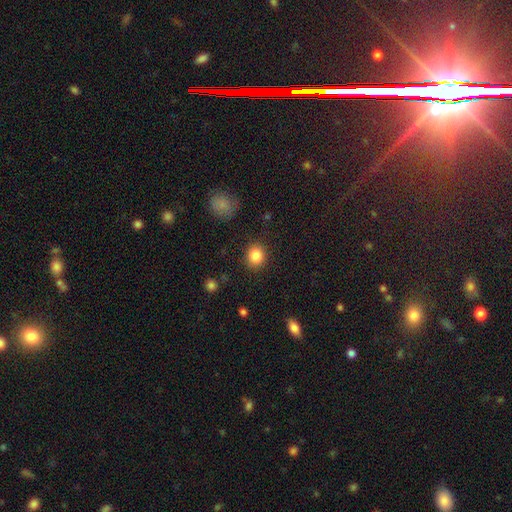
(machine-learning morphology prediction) Smooth or featured?
  - smooth: 86% *
  - star or artifact: 10%
  - featured or disk: 4%
How rounded?
  - round: 77% *
  - in between: 22%
  - cigar-shaped: 1%
Merging?
  - none: 88% *
  - minor disturbance: 8%
  - major disturbance: 3%
  - merger: 1%